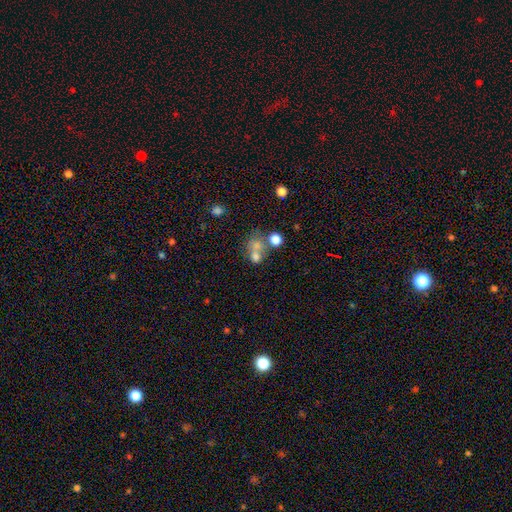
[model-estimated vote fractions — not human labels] Smooth or featured? Predicted: smooth (p=0.65). How rounded? Predicted: round (p=0.63). Merging? Predicted: merger (p=0.52).